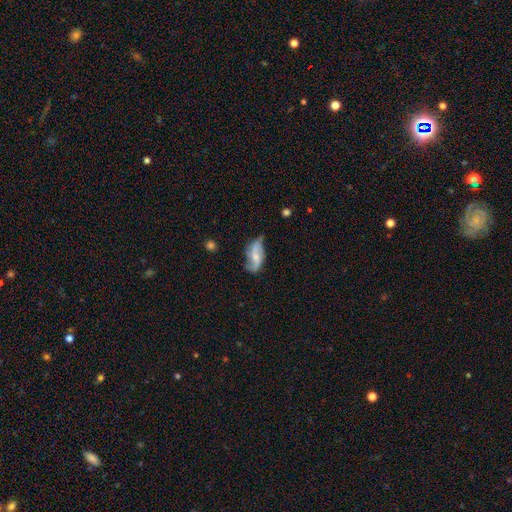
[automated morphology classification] Overall: featured or disk (66%; smooth 27%). Edge-on disk: no (94%). Bar: no (45%; weak 39%). Spiral arms: yes (89%). Spiral arm count: 2 (84%). Spiral winding: loose (67%). Bulge size: small (45%; moderate 38%). Merging: none (53%; minor disturbance 30%).